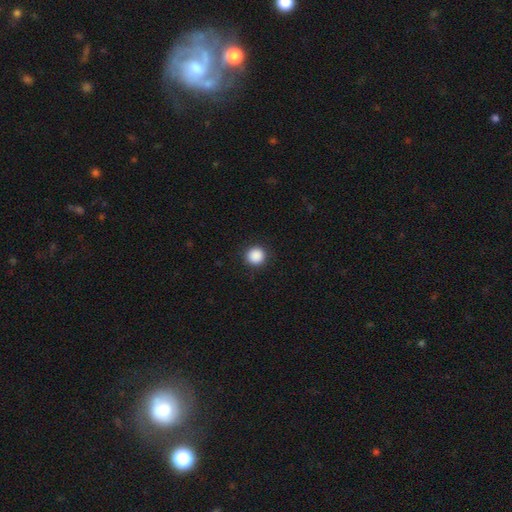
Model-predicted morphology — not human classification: Smooth or featured: smooth — 89% (star or artifact — 9%)
How rounded: round — 94% (in between — 5%)
Merging: none — 92% (minor disturbance — 5%)